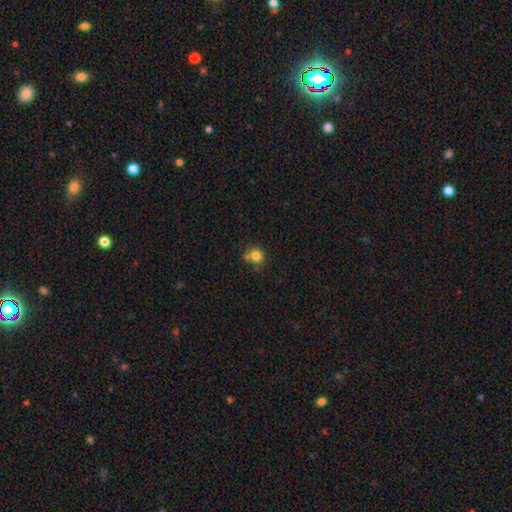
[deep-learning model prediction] A smooth galaxy with no disk features (81%) that is round (83%).

Vote fractions:
- Smooth or featured? smooth: 81% / star or artifact: 12% / featured or disk: 7%
- How rounded? round: 83% / in between: 16% / cigar-shaped: 1%
- Merging? none: 60% / merger: 21% / minor disturbance: 15% / major disturbance: 5%